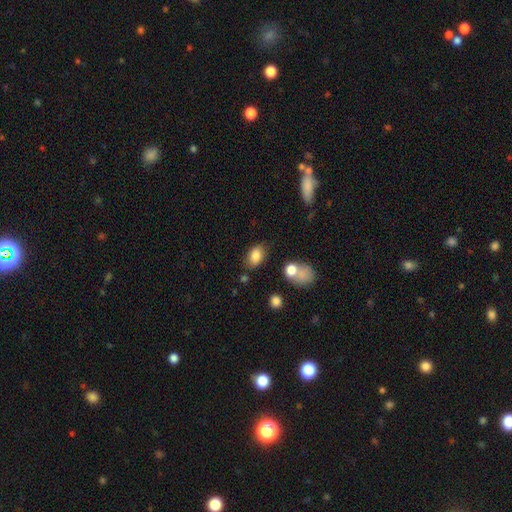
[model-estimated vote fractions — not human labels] smooth 84%, star or artifact 9%, featured or disk 7%. Down the decision tree: how rounded — in between (83%); merging — none (74%).